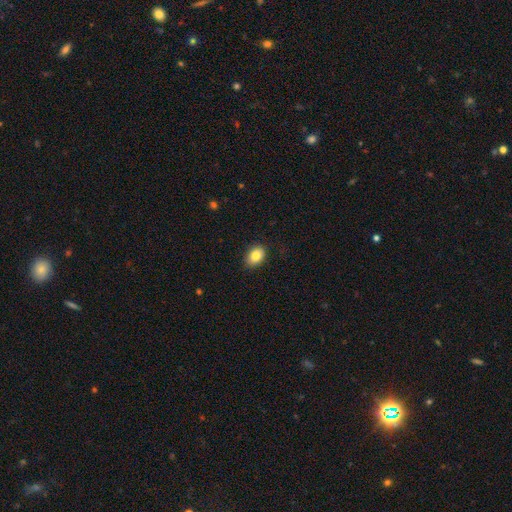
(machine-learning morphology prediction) Overall: smooth (84%). How rounded: in between (74%). Merging: none (87%).